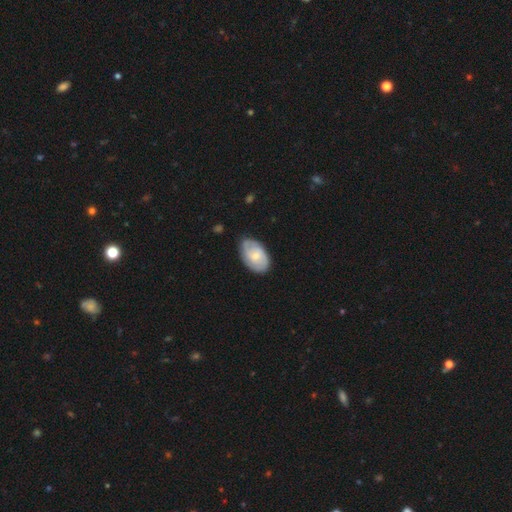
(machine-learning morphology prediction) This appears to be a featured or disk galaxy (53%) with no bar (66%), spiral arms (83%) and a small central bulge (59%). Merging: none (75%).